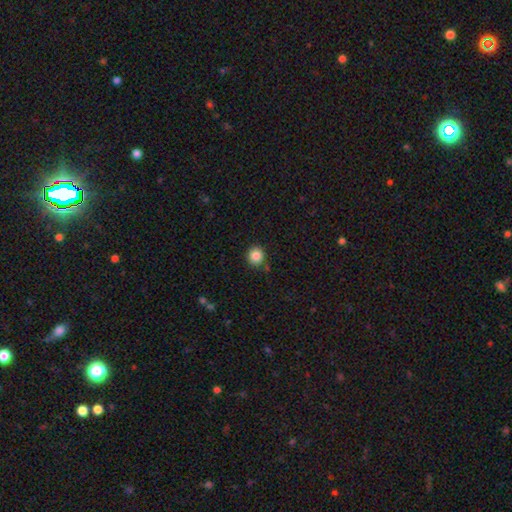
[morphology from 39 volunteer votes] smooth-or-featured: smooth: 95% | featured or disk: 3% | star or artifact: 3%
  how-rounded: round: 84% | in between: 16% | cigar-shaped: 0%
  merging: none: 89% | minor disturbance: 5% | major disturbance: 5% | merger: 0%